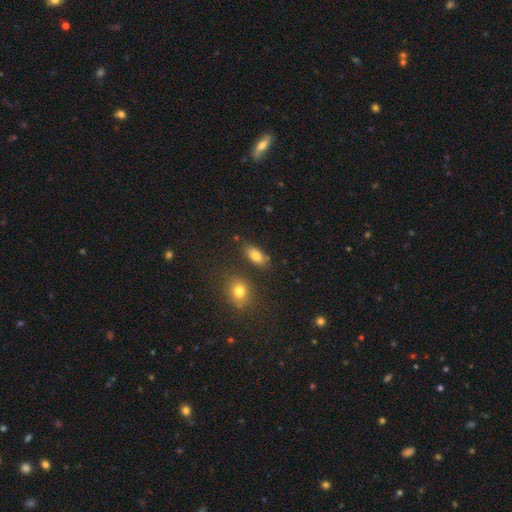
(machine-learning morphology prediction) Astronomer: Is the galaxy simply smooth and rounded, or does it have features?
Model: smooth — 80%.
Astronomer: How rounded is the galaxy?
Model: in between — 87%.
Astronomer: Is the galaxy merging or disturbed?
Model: none — 78%.